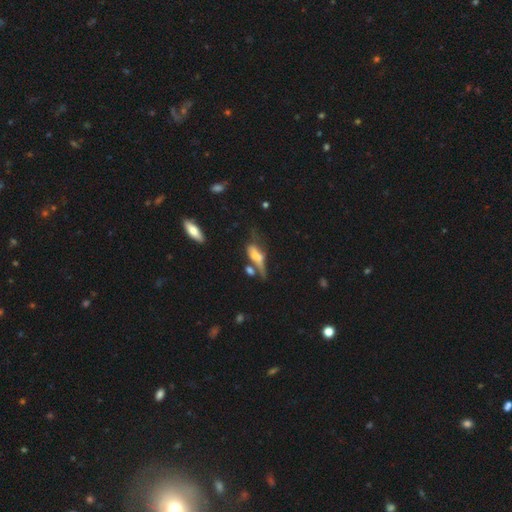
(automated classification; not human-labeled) smooth-or-featured: smooth: 46% | featured or disk: 43% | star or artifact: 11%
  merging: none: 27% (tied) | major disturbance: 27% (tied) | merger: 25% | minor disturbance: 21%